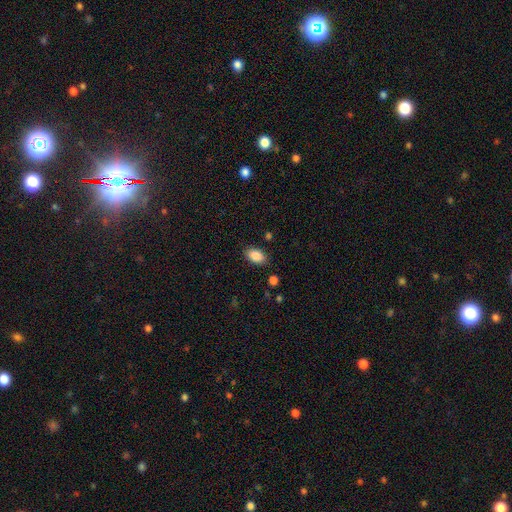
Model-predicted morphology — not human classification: A smooth galaxy with no disk features (88%) that is in between round and cigar-shaped (91%).

Vote fractions:
- Smooth or featured? smooth: 88% / star or artifact: 8% / featured or disk: 5%
- How rounded? in between: 91% / round: 8% / cigar-shaped: 1%
- Merging? none: 85% / minor disturbance: 10% / major disturbance: 3% / merger: 2%